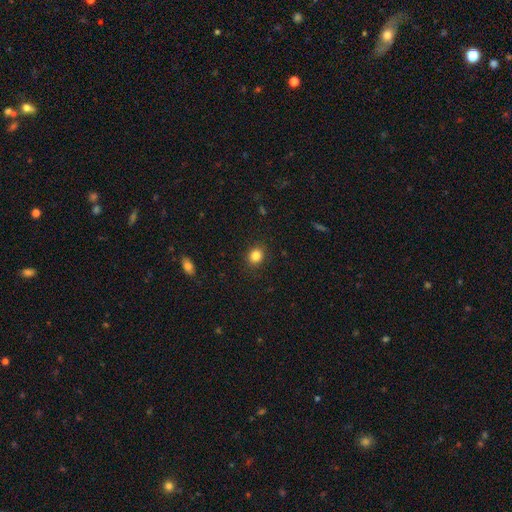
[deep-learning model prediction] Q: Smooth or featured?
A: smooth (84%); runner-up: star or artifact (11%)
Q: How rounded?
A: round (70%); runner-up: in between (29%)
Q: Merging?
A: none (89%); runner-up: minor disturbance (8%)